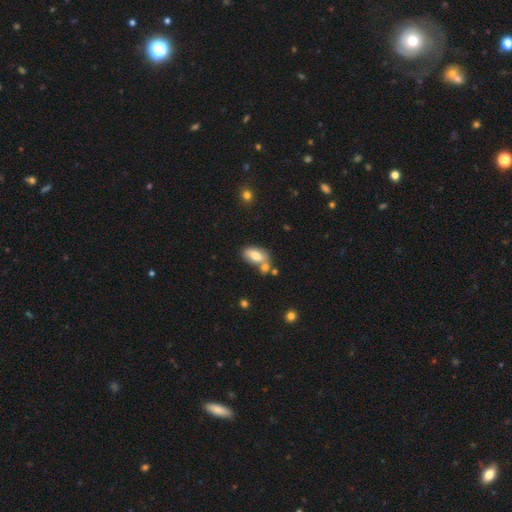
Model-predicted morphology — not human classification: smooth_or_featured: smooth (p=0.73) [alt: featured or disk p=0.19]
how_rounded: in between (p=0.90) [alt: round p=0.06]
merging: none (p=0.48) [alt: merger p=0.31]